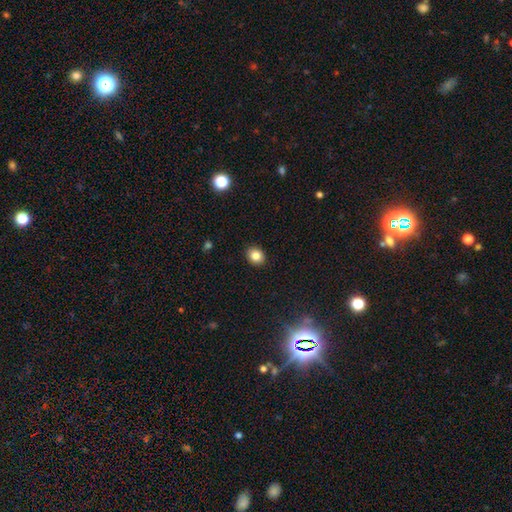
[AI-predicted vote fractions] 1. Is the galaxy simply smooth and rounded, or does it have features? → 84% smooth, 11% star or artifact, 6% featured or disk.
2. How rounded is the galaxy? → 63% round, 36% in between, 1% cigar-shaped.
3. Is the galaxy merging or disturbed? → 91% none, 6% minor disturbance, 2% major disturbance, 1% merger.